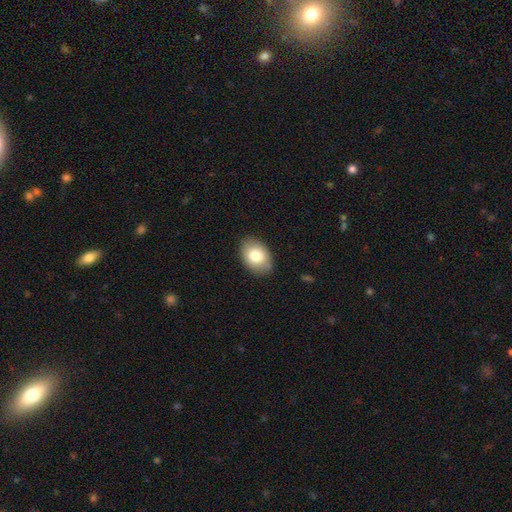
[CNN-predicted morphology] type=smooth (78%); roundness=in between (83%); merging=none (86%).